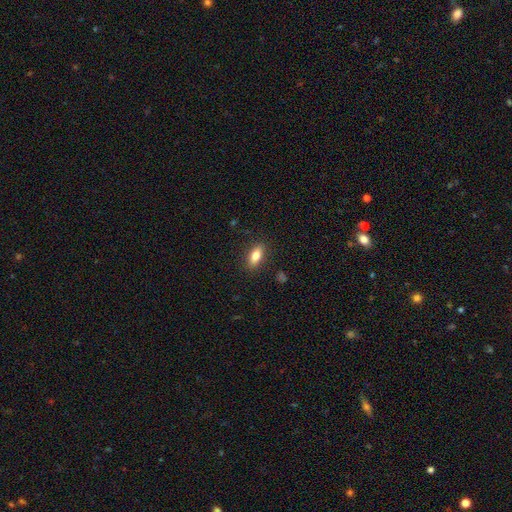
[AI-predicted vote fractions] Smooth or featured? smooth (78%)
How rounded? in between (80%)
Merging? none (88%)